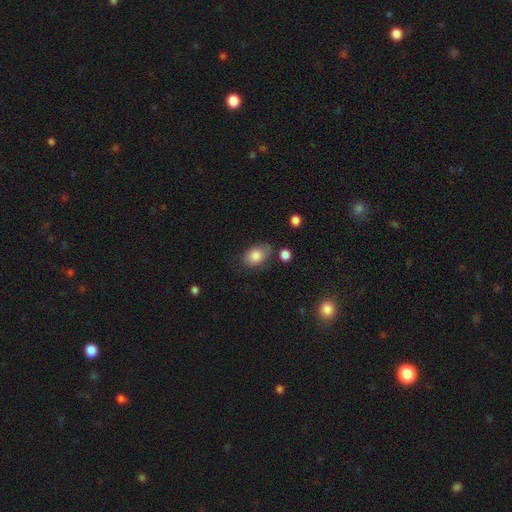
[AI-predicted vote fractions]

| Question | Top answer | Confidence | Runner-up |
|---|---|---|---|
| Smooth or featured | smooth | 83% | featured or disk (9%) |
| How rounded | in between | 79% | round (20%) |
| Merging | none | 65% | minor disturbance (23%) |